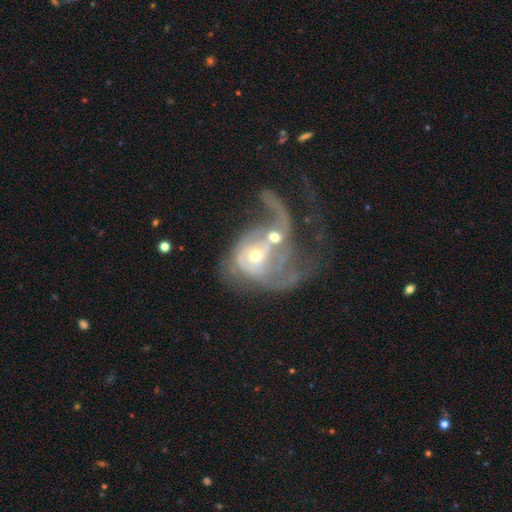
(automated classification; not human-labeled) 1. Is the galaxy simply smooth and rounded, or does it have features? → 77% featured or disk, 15% smooth, 8% star or artifact.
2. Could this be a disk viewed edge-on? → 97% no, 3% yes.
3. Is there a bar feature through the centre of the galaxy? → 73% no, 22% weak, 5% strong.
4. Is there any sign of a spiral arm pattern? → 75% yes, 25% no.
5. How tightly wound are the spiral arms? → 46% loose, 33% medium, 21% tight.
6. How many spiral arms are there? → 31% can't tell, 28% 2, 26% 1, 9% 3, 3% 4, 3% more than 4.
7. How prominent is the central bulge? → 55% moderate, 36% small, 4% large, 3% none, 1% dominant.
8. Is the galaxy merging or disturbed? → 65% merger, 22% major disturbance, 8% none, 5% minor disturbance.